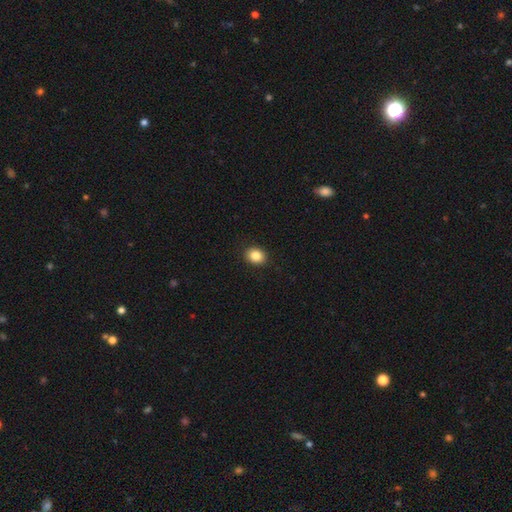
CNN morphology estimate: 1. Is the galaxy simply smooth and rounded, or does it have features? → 85% smooth, 9% star or artifact, 5% featured or disk.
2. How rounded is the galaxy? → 57% round, 42% in between, 1% cigar-shaped.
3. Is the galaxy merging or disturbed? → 91% none, 6% minor disturbance, 2% major disturbance, 1% merger.